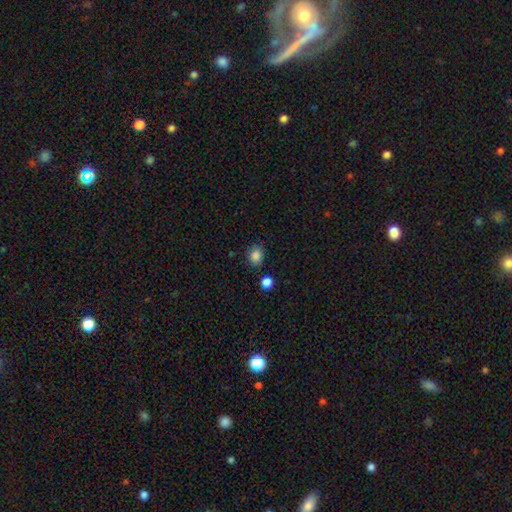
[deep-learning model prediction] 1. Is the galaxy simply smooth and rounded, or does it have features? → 83% smooth, 13% star or artifact, 4% featured or disk.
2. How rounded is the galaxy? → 61% round, 38% in between, 1% cigar-shaped.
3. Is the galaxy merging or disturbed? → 78% none, 14% minor disturbance, 4% merger, 4% major disturbance.